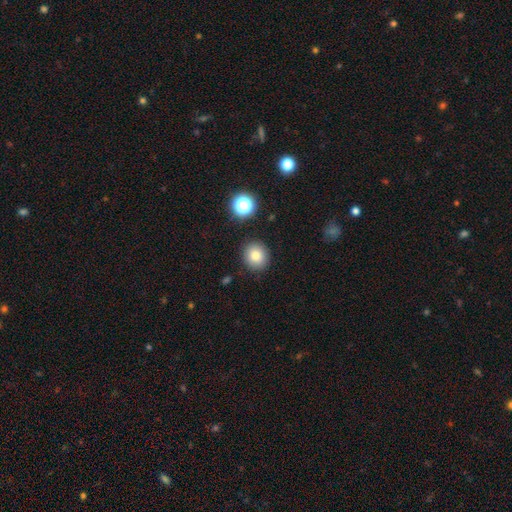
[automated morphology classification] The model was most divided on "how rounded": round: 82%, in between: 17%, cigar-shaped: 1%. More confident: merging — none (88%); smooth or featured — smooth (80%).